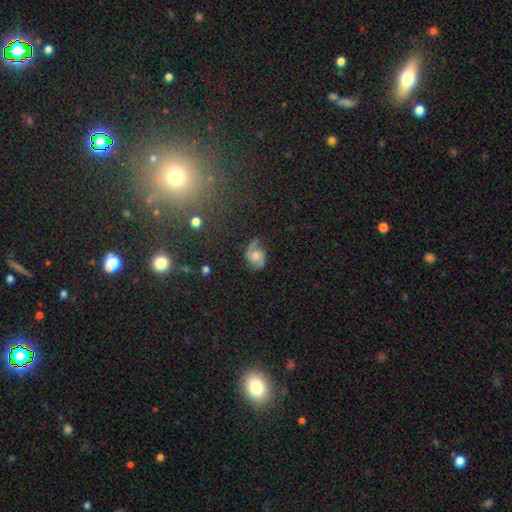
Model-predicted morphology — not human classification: Q: Smooth or featured?
A: featured or disk (73%); runner-up: smooth (19%)
Q: Edge-on disk?
A: no (97%); runner-up: yes (3%)
Q: Bar?
A: no (61%); runner-up: weak (33%)
Q: Spiral arms?
A: yes (94%); runner-up: no (6%)
Q: Spiral winding?
A: medium (51%); runner-up: loose (26%)
Q: Spiral arm count?
A: 2 (88%); runner-up: can't tell (5%)
Q: Bulge size?
A: moderate (51%); runner-up: small (22%)
Q: Merging?
A: none (67%); runner-up: minor disturbance (21%)